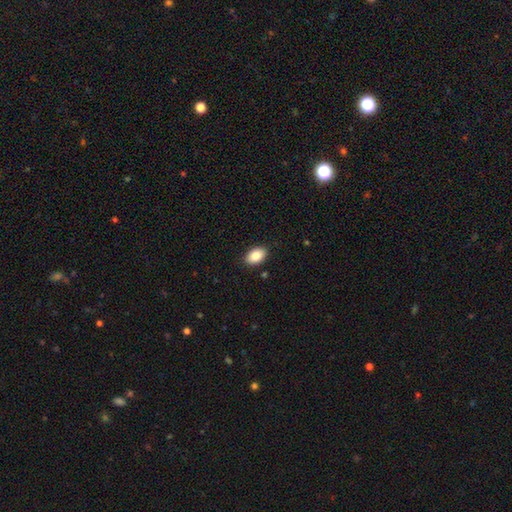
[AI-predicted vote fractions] Q: Smooth or featured?
A: smooth (86%); runner-up: star or artifact (7%)
Q: How rounded?
A: in between (91%); runner-up: round (8%)
Q: Merging?
A: none (89%); runner-up: minor disturbance (8%)